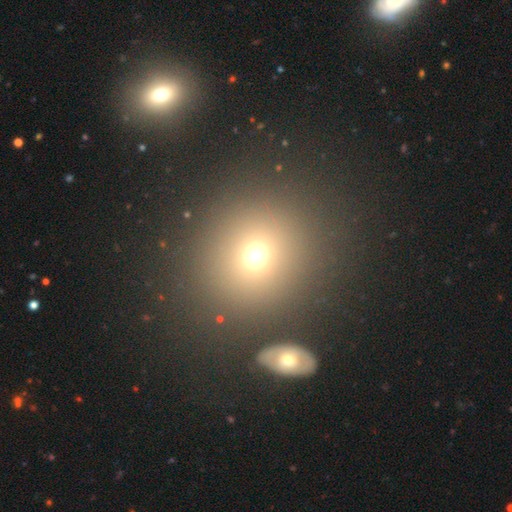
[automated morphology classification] Smooth or featured: smooth — 69% (star or artifact — 19%)
How rounded: round — 84% (in between — 15%)
Merging: none — 83% (minor disturbance — 7%)